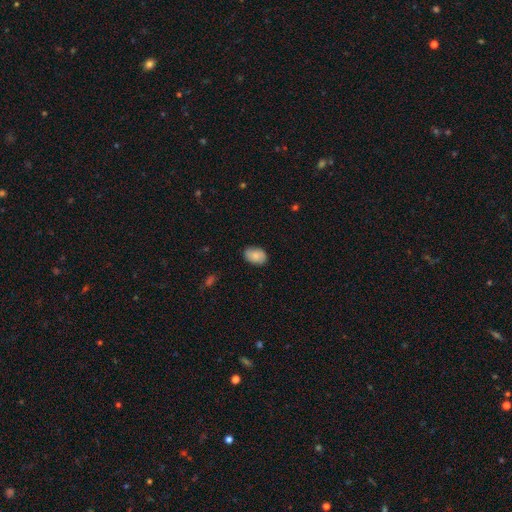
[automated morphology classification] smooth_or_featured: smooth (p=0.84) [alt: featured or disk p=0.09]
how_rounded: in between (p=0.85) [alt: round p=0.14]
merging: none (p=0.82) [alt: minor disturbance p=0.14]